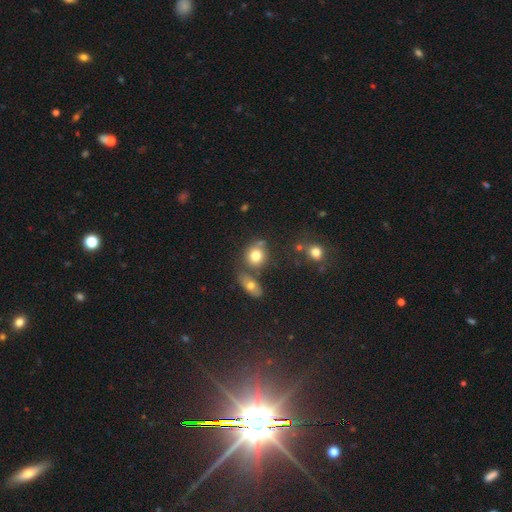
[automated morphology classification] This is likely a smooth galaxy (78%). How rounded: likely round (70%). Merging: possibly none (56%).